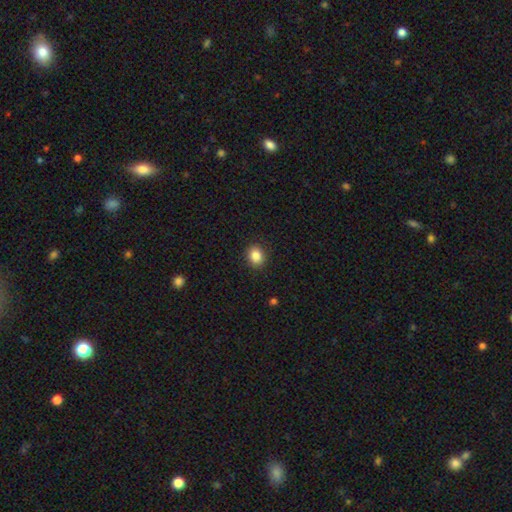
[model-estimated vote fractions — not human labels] Morphology: type=smooth (86%); roundness=round (54%); merging=none (90%).